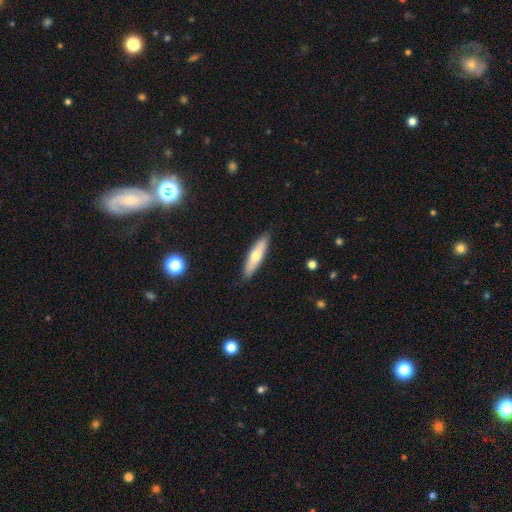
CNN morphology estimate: Smooth or featured? Predicted: smooth (p=0.62). How rounded? Predicted: cigar-shaped (p=0.72). Merging? Predicted: none (p=0.88).